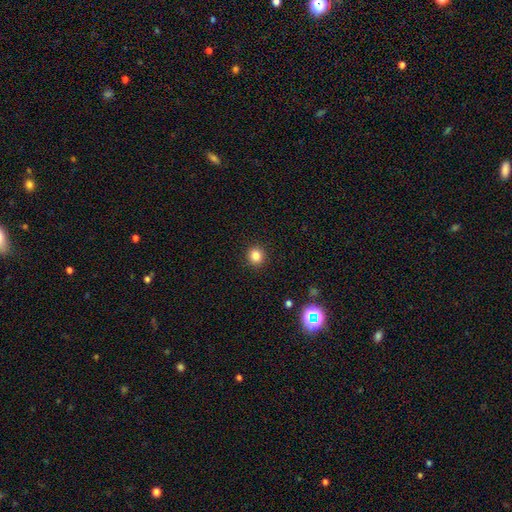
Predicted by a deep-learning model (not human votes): This is clearly a smooth galaxy (83%). How rounded: clearly round (91%). Merging: clearly none (92%).